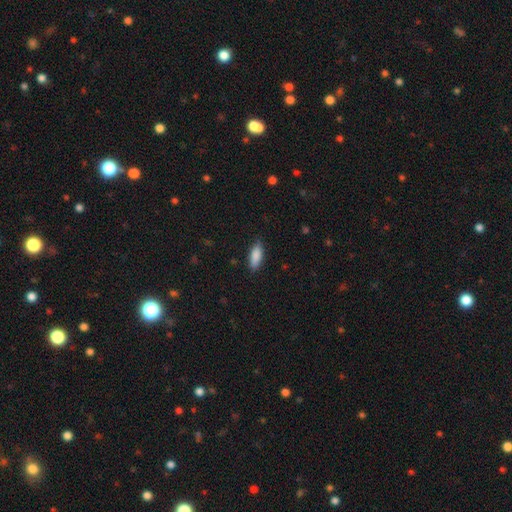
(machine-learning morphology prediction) Smooth or featured? Predicted: smooth (p=0.88). How rounded? Predicted: in between (p=0.70). Merging? Predicted: none (p=0.85).